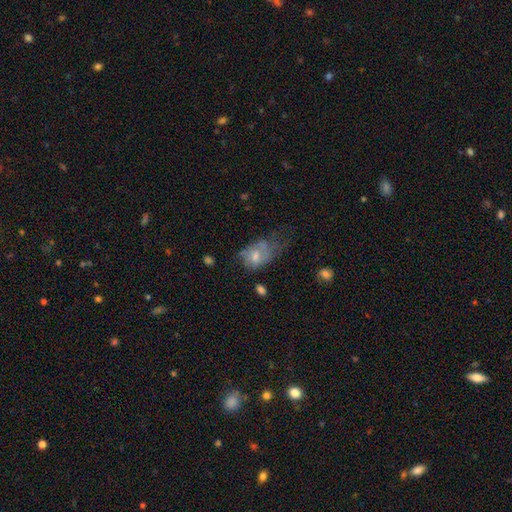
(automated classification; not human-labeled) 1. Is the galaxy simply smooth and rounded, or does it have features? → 45% smooth, 43% featured or disk, 12% star or artifact.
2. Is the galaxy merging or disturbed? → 35% major disturbance, 30% none, 30% minor disturbance, 5% merger.